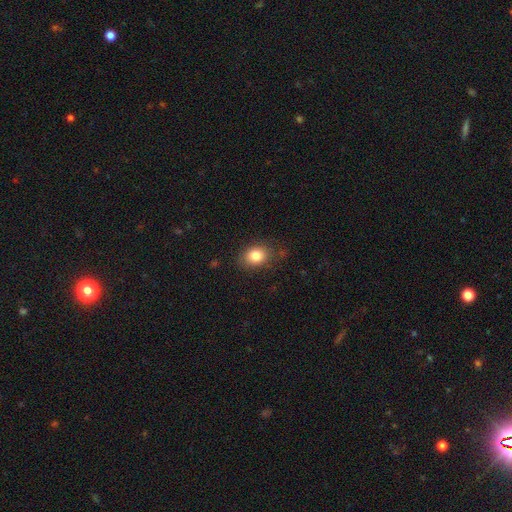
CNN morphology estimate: Smooth or featured? smooth (83%)
How rounded? in between (59%)
Merging? none (79%)